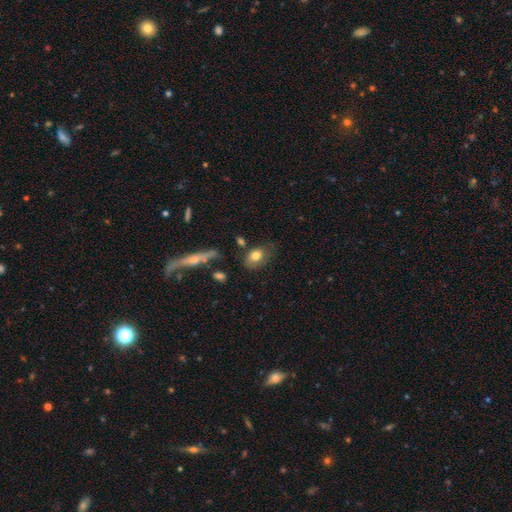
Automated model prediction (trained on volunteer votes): This appears to be a smooth galaxy with no disk features (78%) that is in between round and cigar-shaped (77%). Merging: none (64%).